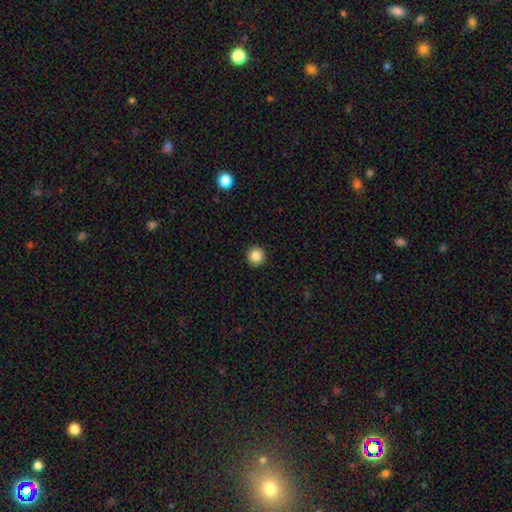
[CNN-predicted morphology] Smooth or featured? Predicted: smooth (p=0.85). How rounded? Predicted: round (p=0.96). Merging? Predicted: none (p=0.93).